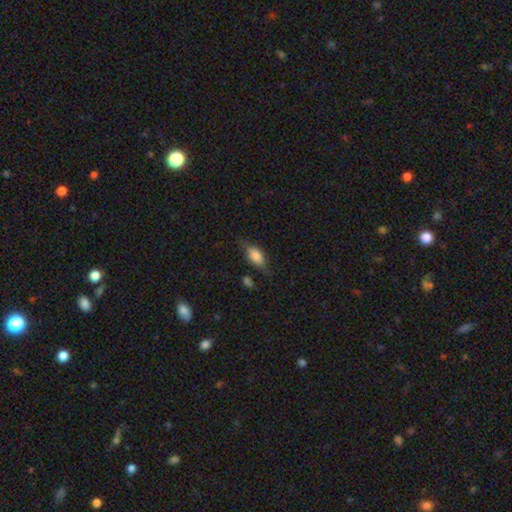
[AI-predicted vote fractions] Smooth or featured? smooth (69%)
How rounded? in between (82%)
Merging? none (60%)